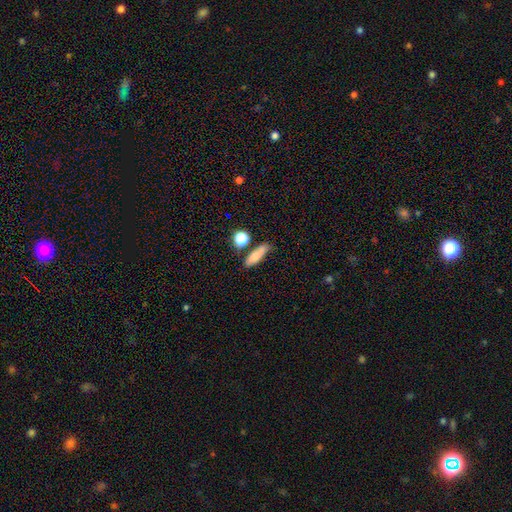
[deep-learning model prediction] A smooth galaxy with no disk features (78%) that is cigar-shaped (50%).

Vote fractions:
- Smooth or featured? smooth: 78% / featured or disk: 13% / star or artifact: 9%
- How rounded? cigar-shaped: 50% / in between: 42% / round: 7%
- Merging? none: 68% / minor disturbance: 17% / merger: 10% / major disturbance: 5%